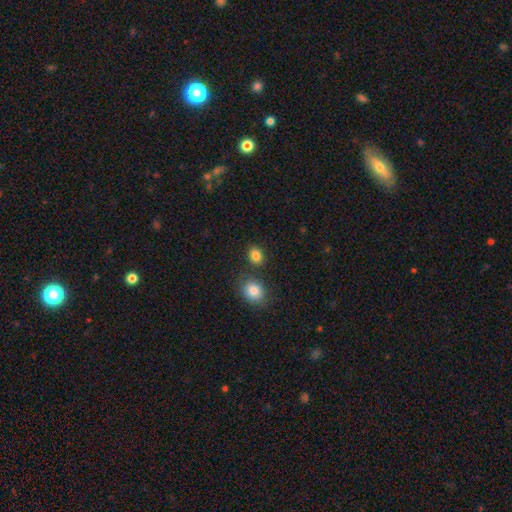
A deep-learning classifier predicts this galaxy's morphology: Q: Smooth or featured?
A: smooth (84%); runner-up: star or artifact (11%)
Q: How rounded?
A: round (52%); runner-up: in between (47%)
Q: Merging?
A: none (76%); runner-up: merger (11%)